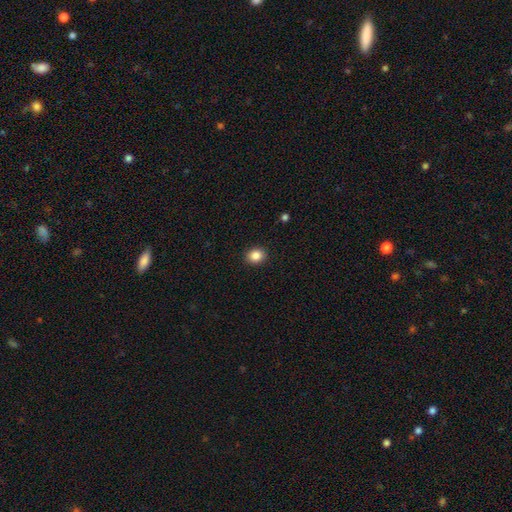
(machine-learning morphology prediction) Smooth or featured: smooth — 86% (star or artifact — 10%)
How rounded: round — 63% (in between — 37%)
Merging: none — 91% (minor disturbance — 6%)